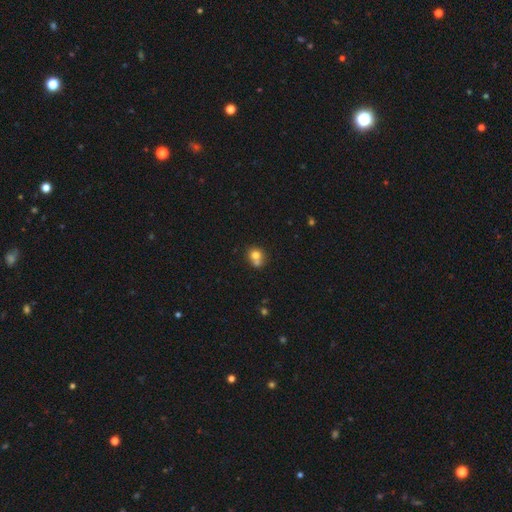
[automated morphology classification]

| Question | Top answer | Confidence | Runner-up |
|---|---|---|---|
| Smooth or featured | smooth | 73% | featured or disk (15%) |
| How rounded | round | 78% | in between (21%) |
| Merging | merger | 45% | none (42%) |